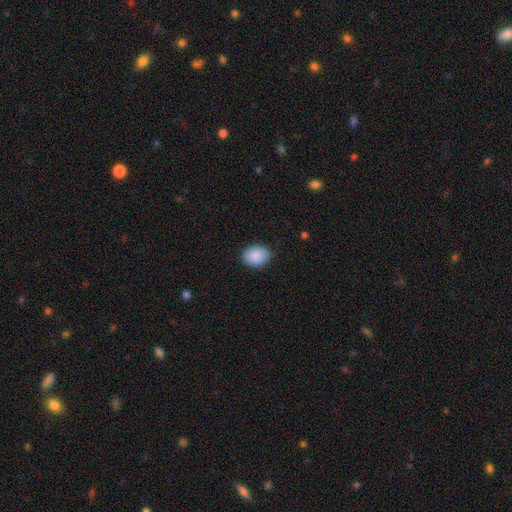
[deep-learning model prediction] Morphology: type=smooth (88%); roundness=in between (66%); merging=none (85%).